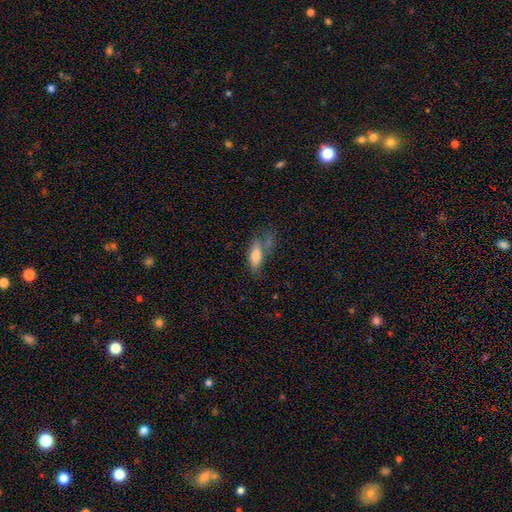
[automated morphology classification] smooth-or-featured: smooth: 74% | featured or disk: 18% | star or artifact: 7%
  how-rounded: in between: 67% | cigar-shaped: 30% | round: 3%
  merging: none: 47% | minor disturbance: 26% | major disturbance: 14% | merger: 13%